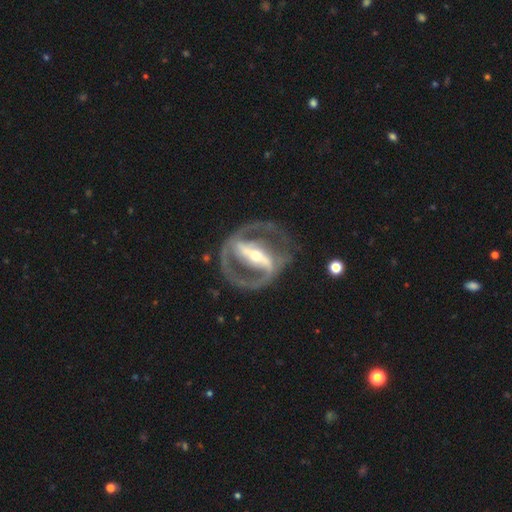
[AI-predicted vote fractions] Smooth or featured: featured or disk — 89% (smooth — 7%)
Edge-on disk: no — 93% (yes — 7%)
Bar: strong — 79% (weak — 14%)
Spiral arms: yes — 84% (no — 16%)
Spiral winding: medium — 50% (tight — 33%)
Spiral arm count: 2 — 85% (can't tell — 6%)
Bulge size: moderate — 48% (small — 43%)
Merging: none — 70% (major disturbance — 14%)